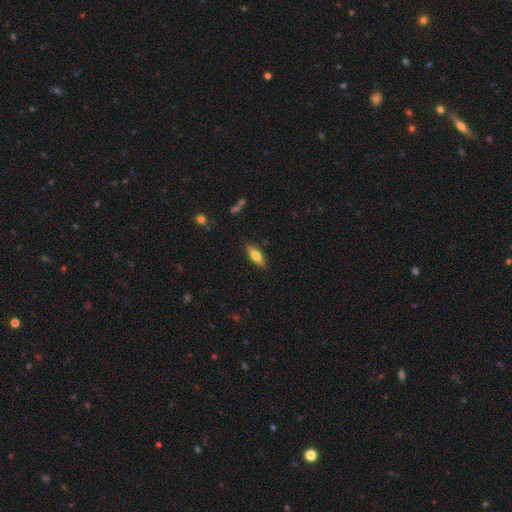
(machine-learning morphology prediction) Smooth or featured: smooth — 63% (featured or disk — 30%)
How rounded: in between — 58% (cigar-shaped — 39%)
Merging: none — 86% (minor disturbance — 10%)